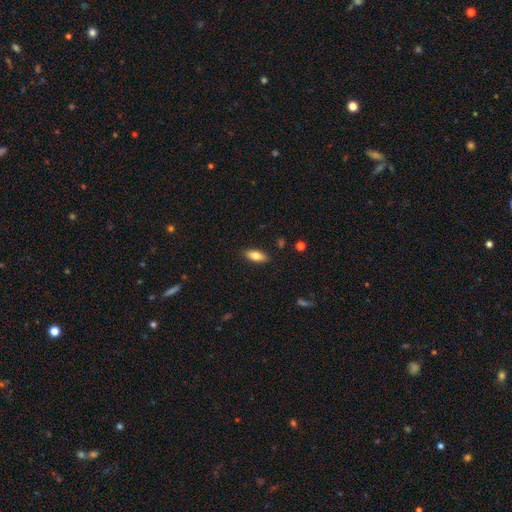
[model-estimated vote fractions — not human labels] smooth_or_featured: smooth (p=0.78) [alt: featured or disk p=0.15]
how_rounded: in between (p=0.81) [alt: cigar-shaped p=0.16]
merging: none (p=0.87) [alt: minor disturbance p=0.09]